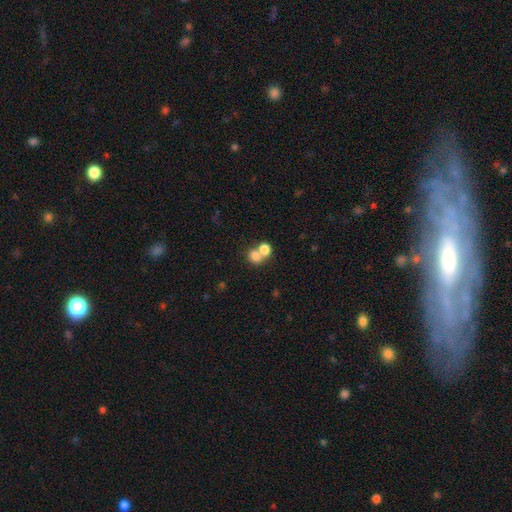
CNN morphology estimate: smooth 77%, featured or disk 12%, star or artifact 12%. Down the decision tree: how rounded — round (65%); merging — merger (58%).